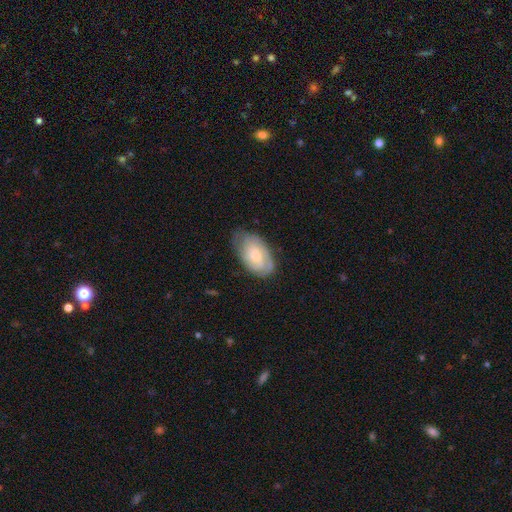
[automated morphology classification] Smooth or featured? featured or disk (57%)
Edge-on disk? no (95%)
Bar? no (74%)
Spiral arms? yes (83%)
Bulge size? small (50%)
Merging? none (65%)